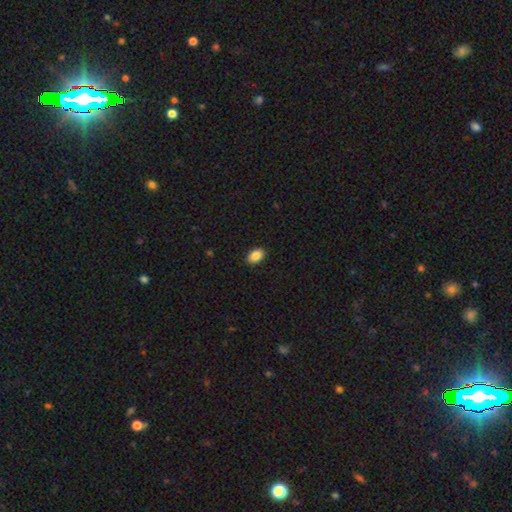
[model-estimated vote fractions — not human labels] Overall: smooth (88%). How rounded: in between (88%). Merging: none (90%).